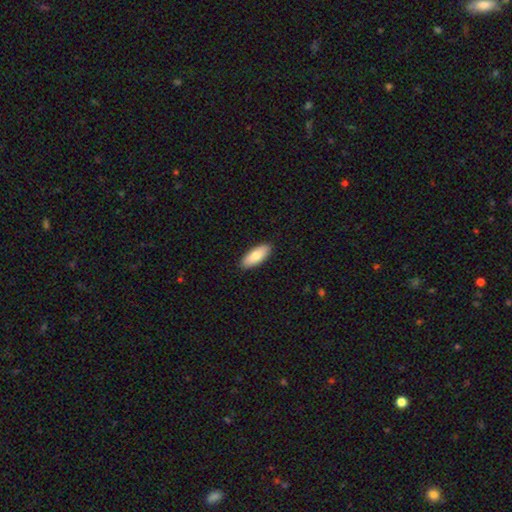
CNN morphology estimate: Smooth or featured: smooth — 81% (featured or disk — 13%)
How rounded: in between — 80% (cigar-shaped — 18%)
Merging: none — 90% (minor disturbance — 8%)